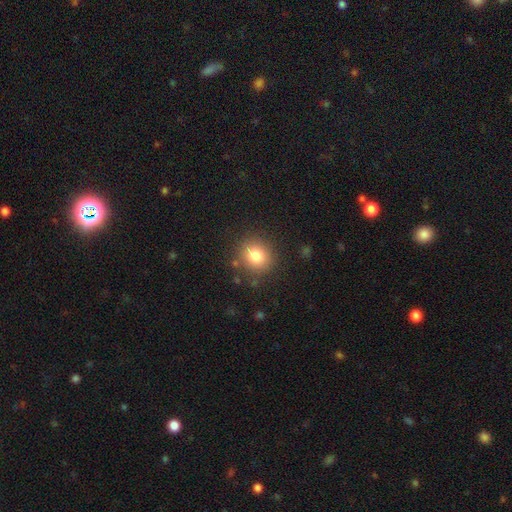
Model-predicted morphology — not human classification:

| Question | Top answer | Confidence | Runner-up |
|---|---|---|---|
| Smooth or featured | smooth | 81% | star or artifact (11%) |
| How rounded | round | 83% | in between (16%) |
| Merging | none | 85% | minor disturbance (9%) |